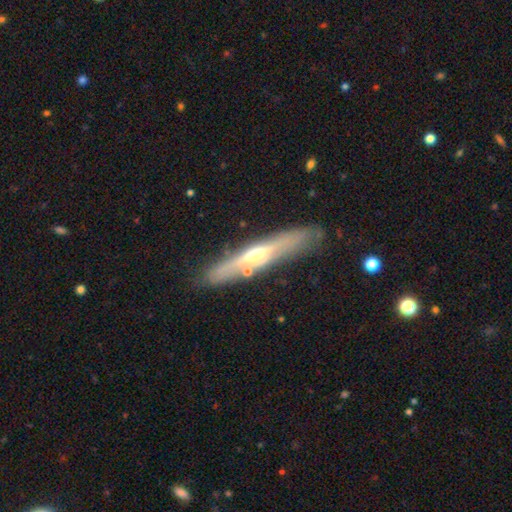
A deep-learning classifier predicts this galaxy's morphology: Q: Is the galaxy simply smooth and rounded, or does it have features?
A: featured or disk — 65%.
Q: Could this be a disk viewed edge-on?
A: yes — 88%.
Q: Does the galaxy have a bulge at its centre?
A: rounded — 81%.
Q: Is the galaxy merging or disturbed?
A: none — 81%.